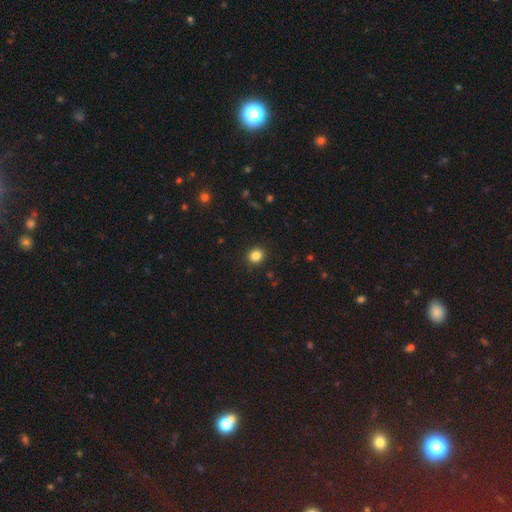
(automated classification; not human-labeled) Overall: smooth (84%). How rounded: round (78%). Merging: none (91%).